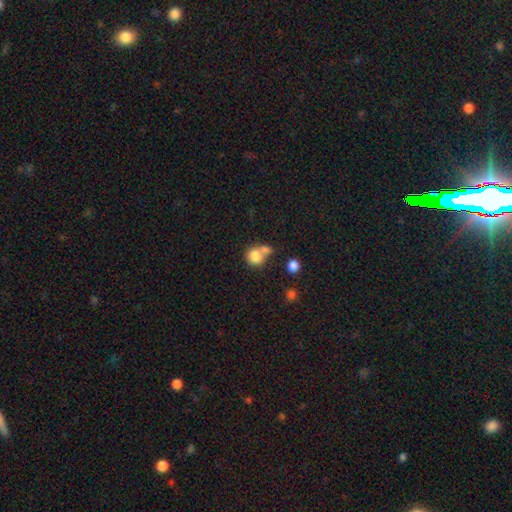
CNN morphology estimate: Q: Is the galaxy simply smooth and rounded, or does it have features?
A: smooth — 81%.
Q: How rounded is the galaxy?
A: round — 84%.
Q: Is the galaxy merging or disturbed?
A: merger — 46%.